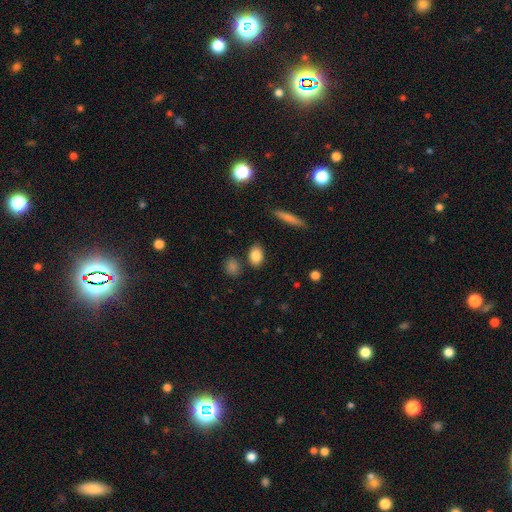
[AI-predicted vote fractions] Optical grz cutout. It shows a smooth galaxy with no disk features (85%) that is in between round and cigar-shaped (80%). Merging: none (83%).